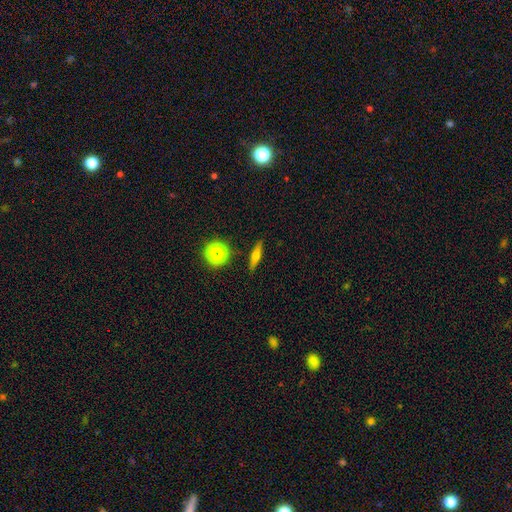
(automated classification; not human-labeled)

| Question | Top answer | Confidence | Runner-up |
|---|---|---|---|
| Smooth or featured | smooth | 47% | featured or disk (41%) |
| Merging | none | 88% | minor disturbance (8%) |